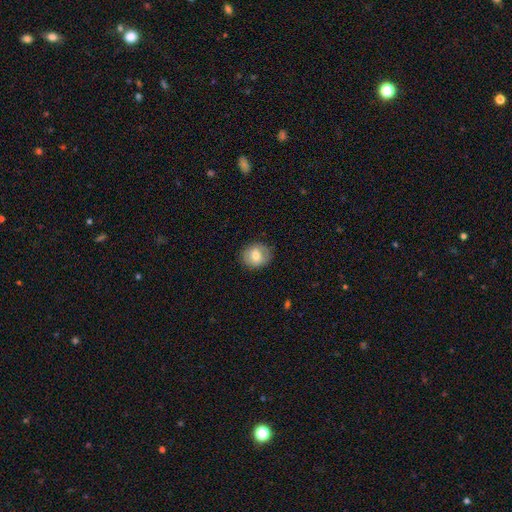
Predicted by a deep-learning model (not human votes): Morphology: type=smooth (68%); roundness=round (70%); merging=none (84%).